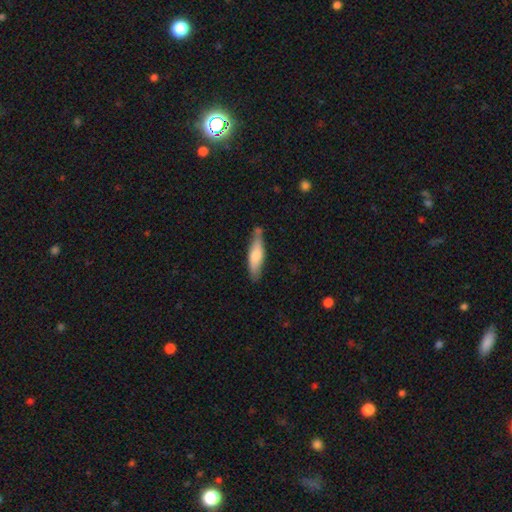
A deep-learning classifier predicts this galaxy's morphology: This appears to be a smooth galaxy with no disk features (70%) that is cigar-shaped (67%). Merging: none (66%).